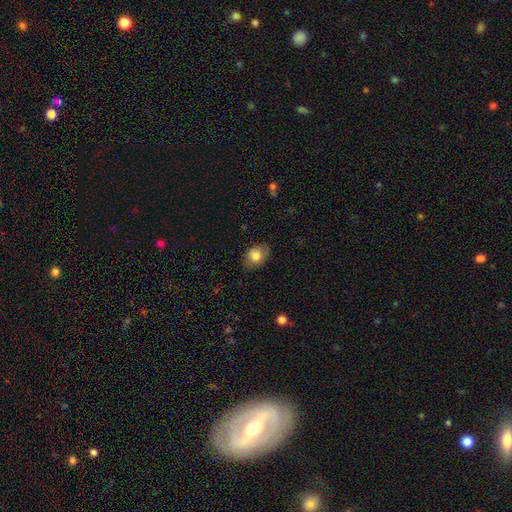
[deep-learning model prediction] A smooth galaxy with no disk features (81%) that is in between round and cigar-shaped (60%). Merging: none (79%).